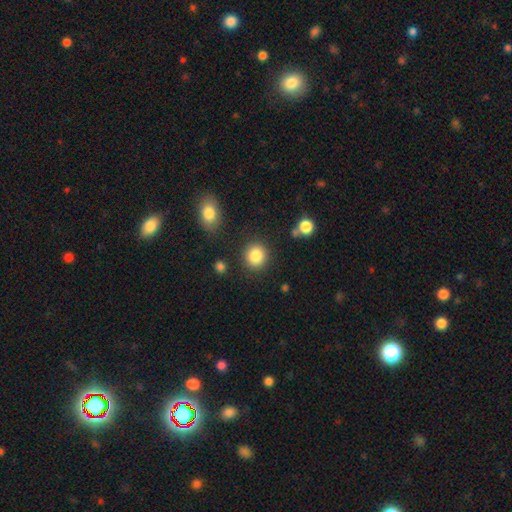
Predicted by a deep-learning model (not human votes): smooth-or-featured: smooth: 87% | star or artifact: 8% | featured or disk: 5%
  how-rounded: round: 86% | in between: 13% | cigar-shaped: 1%
  merging: none: 87% | minor disturbance: 7% | merger: 3% | major disturbance: 3%